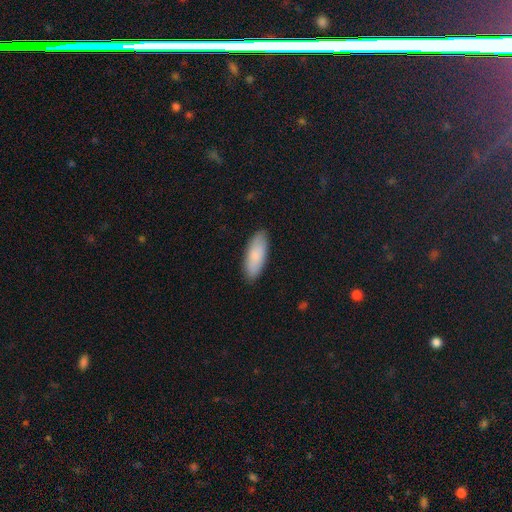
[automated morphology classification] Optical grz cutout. It shows a smooth galaxy with no disk features (84%) that is in between round and cigar-shaped (73%). Merging: none (88%).